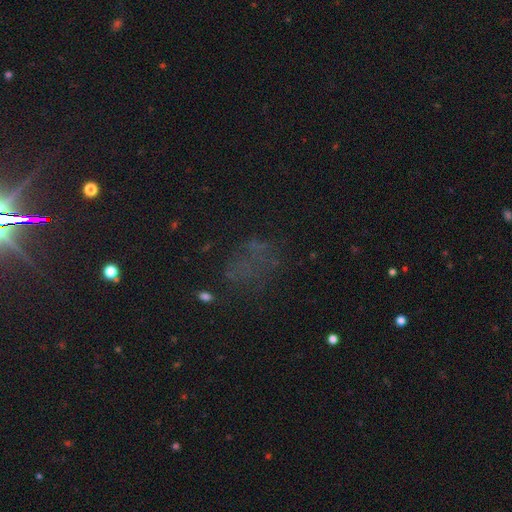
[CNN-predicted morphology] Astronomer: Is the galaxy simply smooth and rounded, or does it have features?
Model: star or artifact — 41% (runner-up: smooth, 35%).